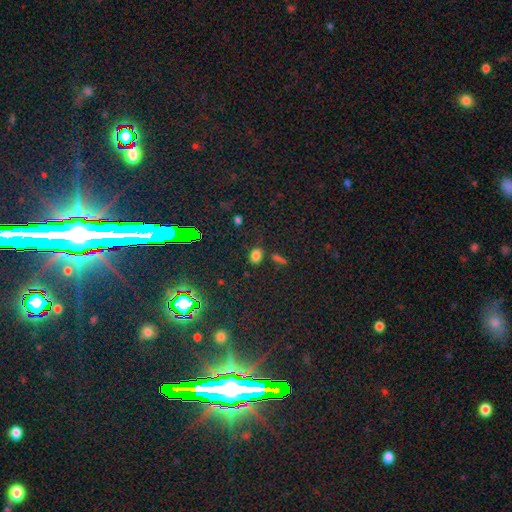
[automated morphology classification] Smooth or featured? smooth (76%)
How rounded? in between (77%)
Merging? none (77%)